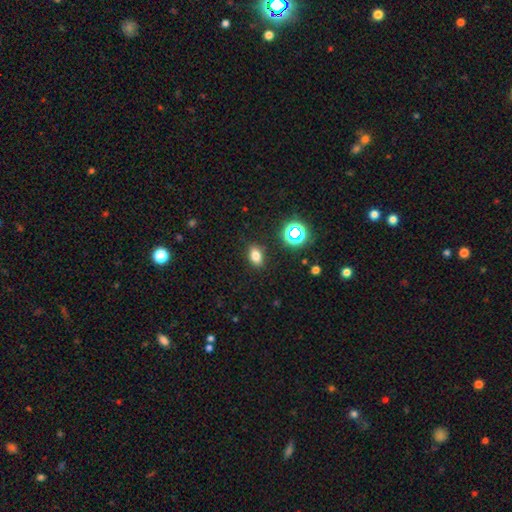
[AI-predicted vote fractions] Smooth or featured? Predicted: smooth (p=0.75). How rounded? Predicted: in between (p=0.81). Merging? Predicted: none (p=0.87).